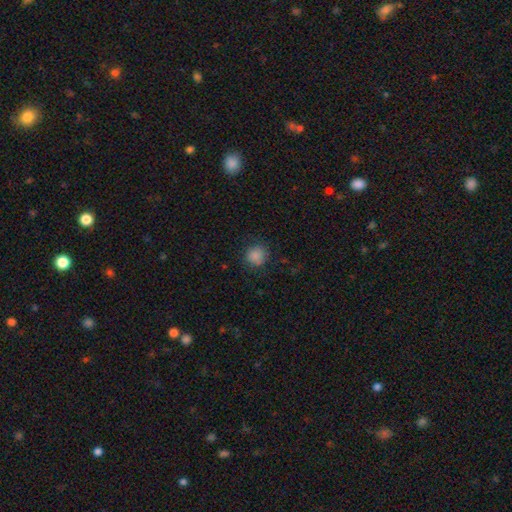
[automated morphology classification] Q: Smooth or featured?
A: smooth (85%); runner-up: star or artifact (11%)
Q: How rounded?
A: round (88%); runner-up: in between (11%)
Q: Merging?
A: none (83%); runner-up: minor disturbance (12%)